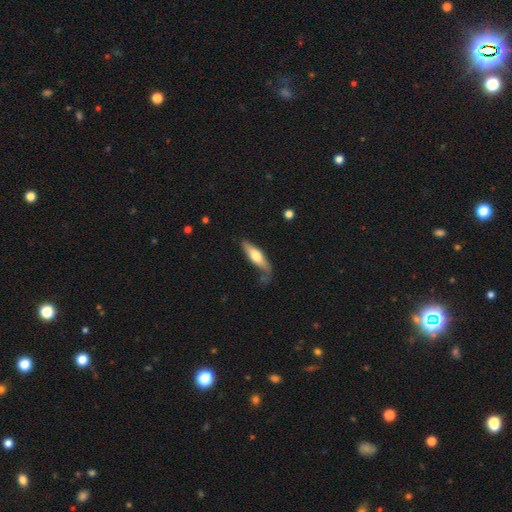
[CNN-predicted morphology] smooth-or-featured: smooth: 55% | featured or disk: 39% | star or artifact: 5%
  how-rounded: cigar-shaped: 64% | in between: 34% | round: 2%
  merging: none: 59% | minor disturbance: 25% | major disturbance: 11% | merger: 5%